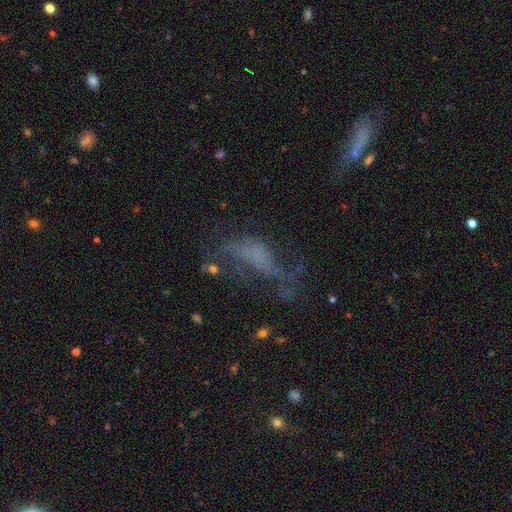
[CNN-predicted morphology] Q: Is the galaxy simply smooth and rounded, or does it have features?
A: featured or disk — 46%.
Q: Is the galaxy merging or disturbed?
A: major disturbance — 45%.